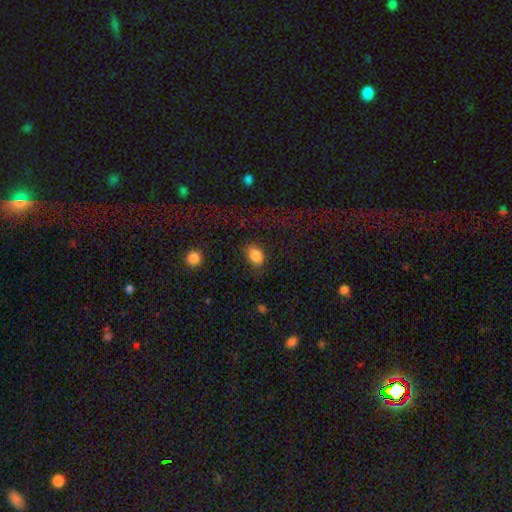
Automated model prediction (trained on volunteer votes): Smooth or featured: smooth — 85% (star or artifact — 9%)
How rounded: in between — 74% (round — 24%)
Merging: none — 67% (minor disturbance — 24%)